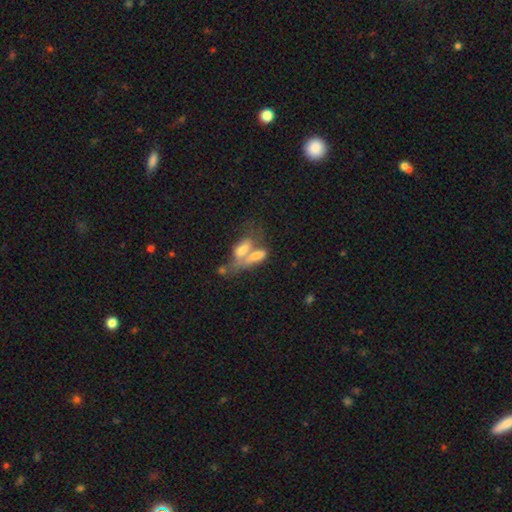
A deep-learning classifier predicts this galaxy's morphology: Smooth or featured? smooth (65%)
How rounded? in between (73%)
Merging? merger (65%)